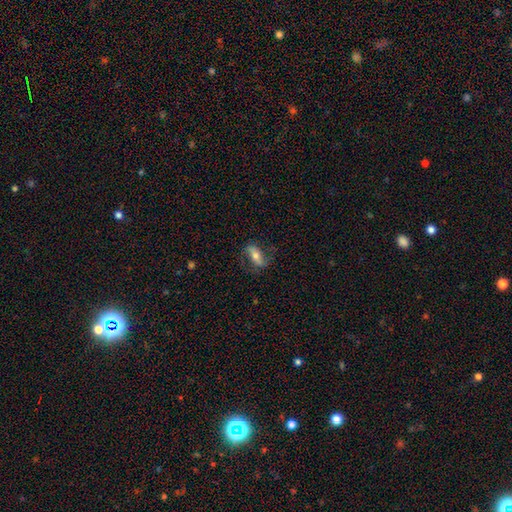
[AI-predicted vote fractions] Smooth or featured: smooth — 47% (featured or disk — 46%)
Merging: none — 72% (minor disturbance — 18%)